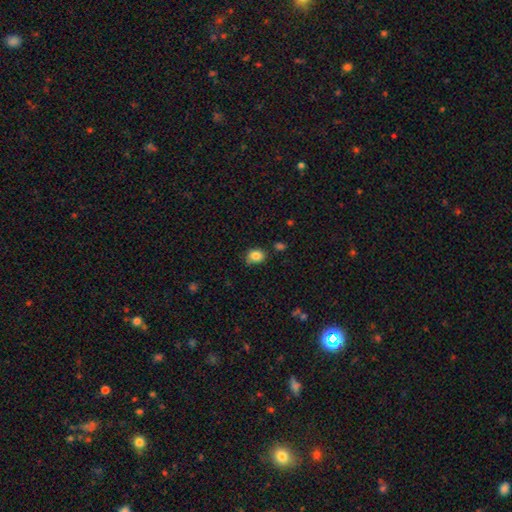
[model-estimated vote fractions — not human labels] The model was most divided on "how rounded": round: 52%, in between: 47%, cigar-shaped: 1%. More confident: smooth or featured — smooth (85%); merging — none (72%).